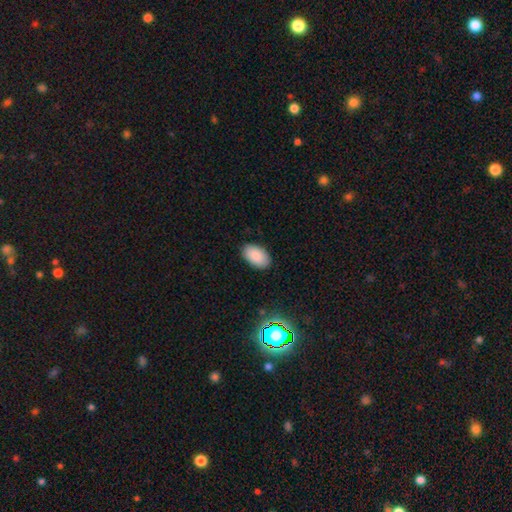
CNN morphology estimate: Smooth or featured? Predicted: smooth (p=0.88). How rounded? Predicted: in between (p=0.94). Merging? Predicted: none (p=0.88).